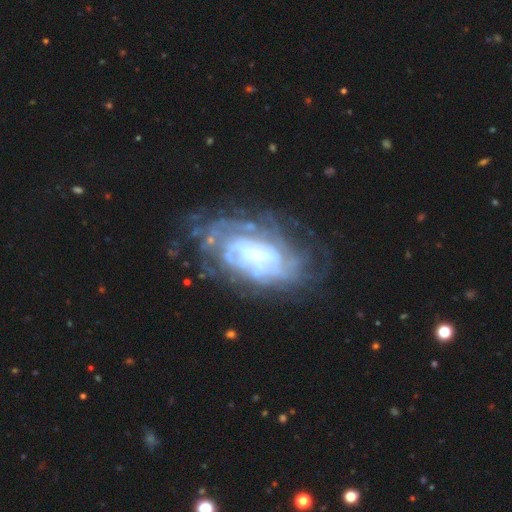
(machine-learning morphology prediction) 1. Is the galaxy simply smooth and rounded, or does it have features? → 77% featured or disk, 15% smooth, 8% star or artifact.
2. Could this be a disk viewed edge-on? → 95% no, 5% yes.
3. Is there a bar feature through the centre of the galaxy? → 66% no, 22% weak, 12% strong.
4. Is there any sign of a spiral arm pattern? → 72% yes, 28% no.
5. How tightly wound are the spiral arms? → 65% tight, 24% medium, 12% loose.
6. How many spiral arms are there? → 61% can't tell, 11% 2, 8% more than 4, 8% 3, 7% 4, 5% 1.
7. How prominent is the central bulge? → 43% none, 23% small, 16% large, 15% moderate, 4% dominant.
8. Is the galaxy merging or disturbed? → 56% none, 22% minor disturbance, 18% major disturbance, 4% merger.